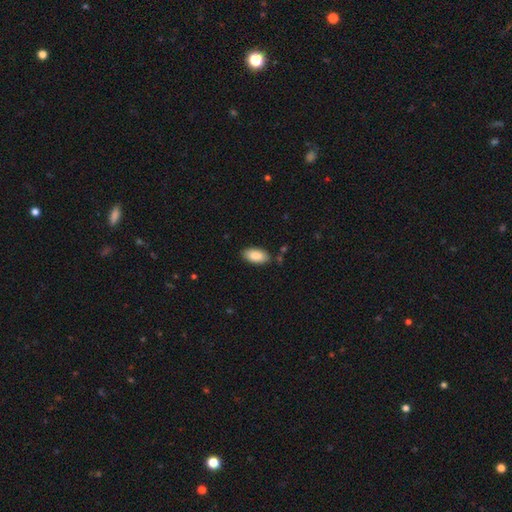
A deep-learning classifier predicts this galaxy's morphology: This appears to be a smooth galaxy with no disk features (88%) that is in between round and cigar-shaped (93%). Merging: none (84%).